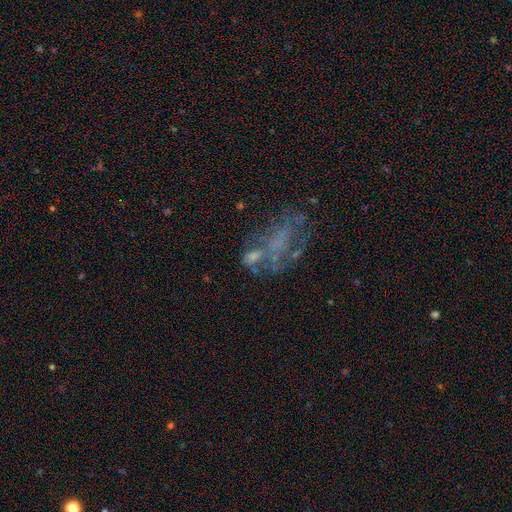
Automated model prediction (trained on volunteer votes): Smooth or featured?
  - featured or disk: 54% *
  - smooth: 28%
  - star or artifact: 18%
Edge-on disk?
  - no: 96% *
  - yes: 4%
Bar?
  - no: 83% *
  - weak: 12%
  - strong: 4%
Spiral arms?
  - no: 79% *
  - yes: 21%
Bulge size?
  - none: 68% *
  - small: 16%
  - moderate: 11%
  - large: 3%
  - dominant: 2%
Merging?
  - major disturbance: 37% *
  - none: 32%
  - merger: 16%
  - minor disturbance: 16%